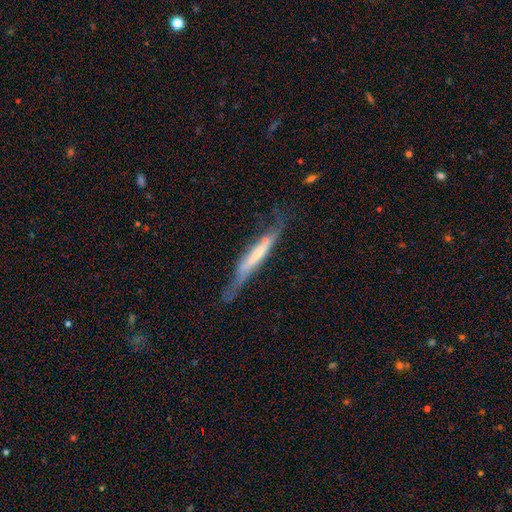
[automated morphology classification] smooth_or_featured: featured or disk (p=0.58) [alt: smooth p=0.35]
disk_edge_on: yes (p=0.78) [alt: no p=0.22]
merging: none (p=0.47) [alt: minor disturbance p=0.30]